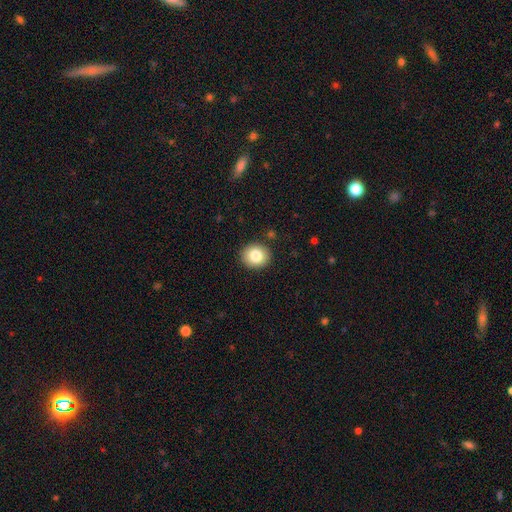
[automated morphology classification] Smooth or featured: smooth — 83% (star or artifact — 9%)
How rounded: round — 76% (in between — 23%)
Merging: none — 90% (minor disturbance — 7%)